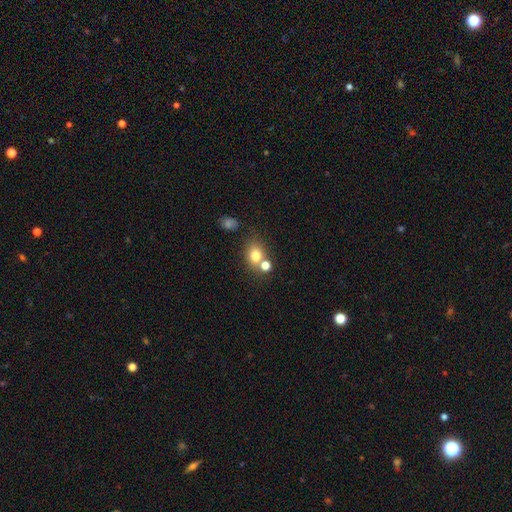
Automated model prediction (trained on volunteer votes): The model was most divided on "how rounded": round: 57%, in between: 42%, cigar-shaped: 1%. More confident: smooth or featured — smooth (76%); merging — none (56%).